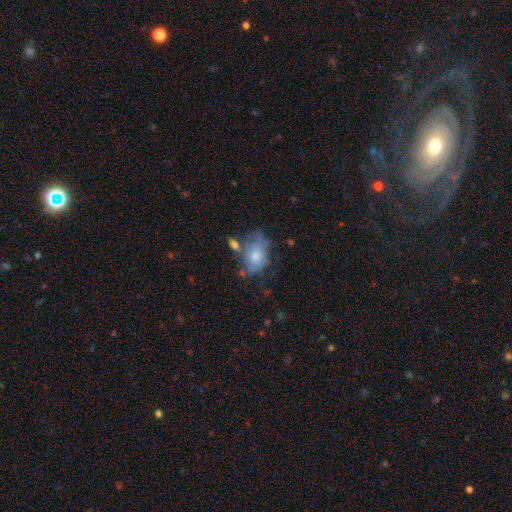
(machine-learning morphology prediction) This appears to be a smooth galaxy with no disk features (62%) that is in between round and cigar-shaped (78%). Merging: none (34%).